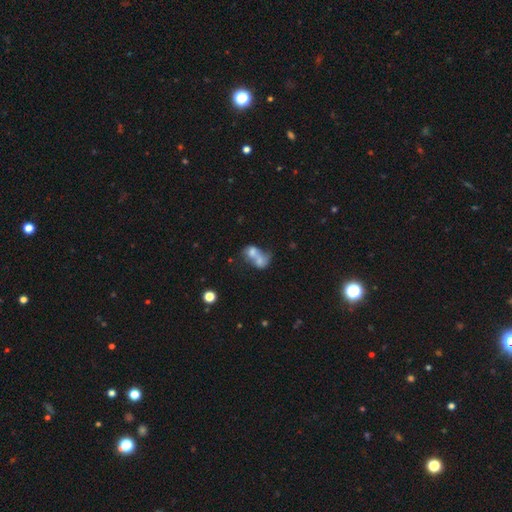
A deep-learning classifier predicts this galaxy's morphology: A smooth galaxy with no disk features (64%) that is in between round and cigar-shaped (63%). Merging: merger (76%).